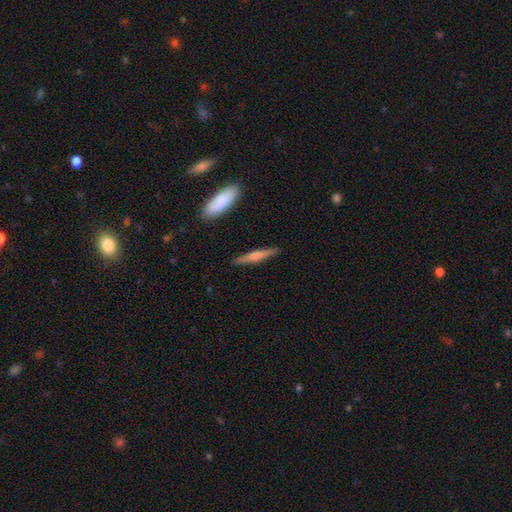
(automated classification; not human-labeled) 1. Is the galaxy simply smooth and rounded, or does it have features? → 51% smooth, 43% featured or disk, 6% star or artifact.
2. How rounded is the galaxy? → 91% cigar-shaped, 7% in between, 2% round.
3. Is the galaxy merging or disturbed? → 88% none, 8% minor disturbance, 2% merger, 2% major disturbance.